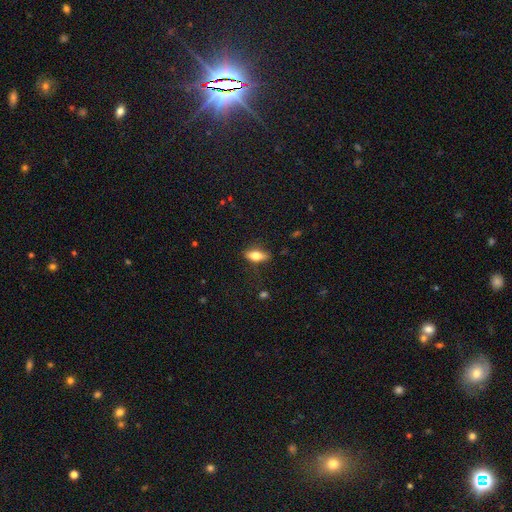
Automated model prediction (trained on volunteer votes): smooth_or_featured: smooth (p=0.67) [alt: featured or disk p=0.25]
how_rounded: in between (p=0.72) [alt: cigar-shaped p=0.24]
merging: none (p=0.79) [alt: minor disturbance p=0.16]